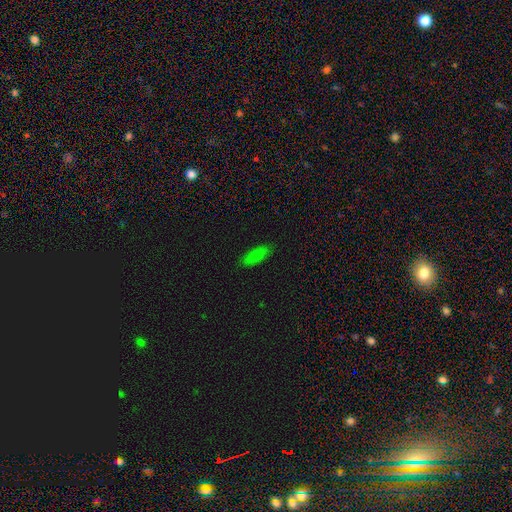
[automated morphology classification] Smooth or featured? Predicted: smooth (p=0.82). How rounded? Predicted: in between (p=0.73). Merging? Predicted: none (p=0.86).